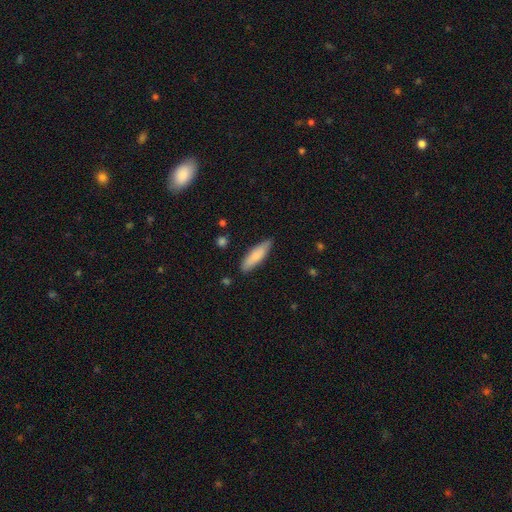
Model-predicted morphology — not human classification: This appears to be a smooth galaxy with no disk features (80%) that is cigar-shaped (60%). Merging: none (83%).